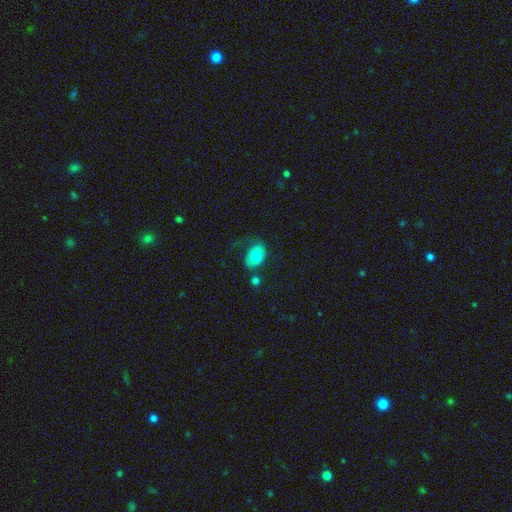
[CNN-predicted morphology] Q: Smooth or featured?
A: smooth (77%); runner-up: featured or disk (15%)
Q: How rounded?
A: in between (86%); runner-up: round (13%)
Q: Merging?
A: none (55%); runner-up: minor disturbance (25%)